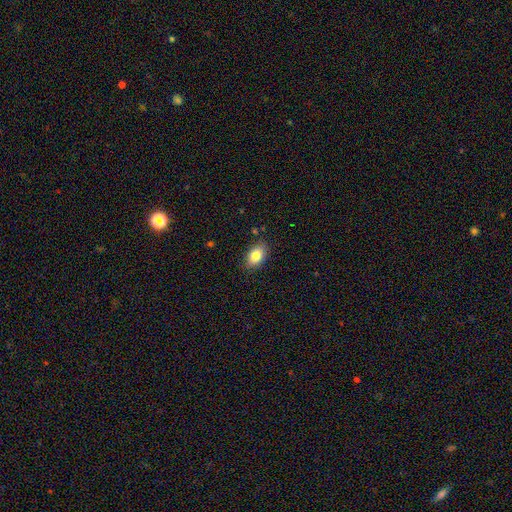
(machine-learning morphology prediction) The model was most divided on "merging": none: 84%, minor disturbance: 12%, major disturbance: 3%, merger: 1%. More confident: how rounded — in between (87%); smooth or featured — smooth (83%).